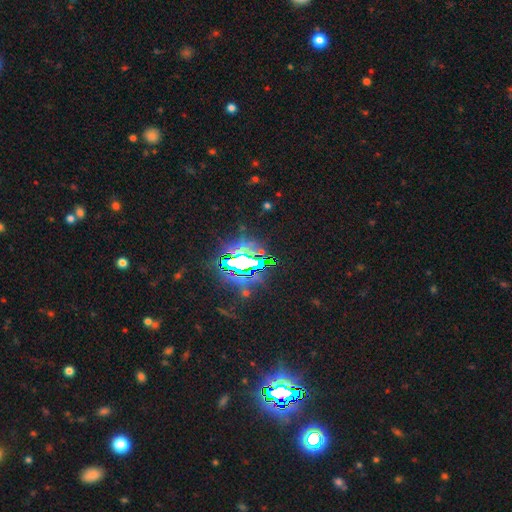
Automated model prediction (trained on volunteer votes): Smooth or featured?
  - star or artifact: 82% *
  - smooth: 9%
  - featured or disk: 9%